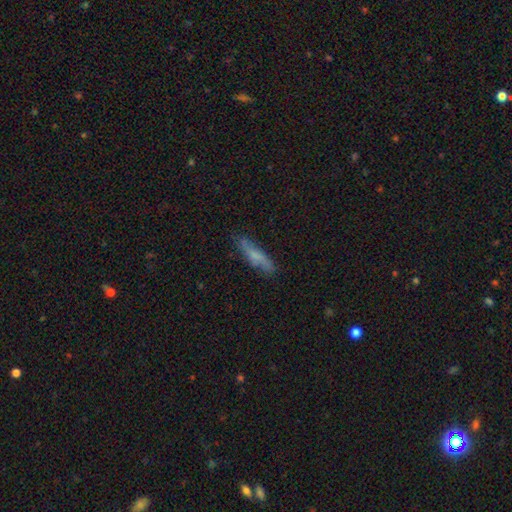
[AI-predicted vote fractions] The model was most divided on "smooth or featured": smooth: 60%, featured or disk: 33%, star or artifact: 7%. More confident: how rounded — cigar-shaped (79%); merging — none (77%).